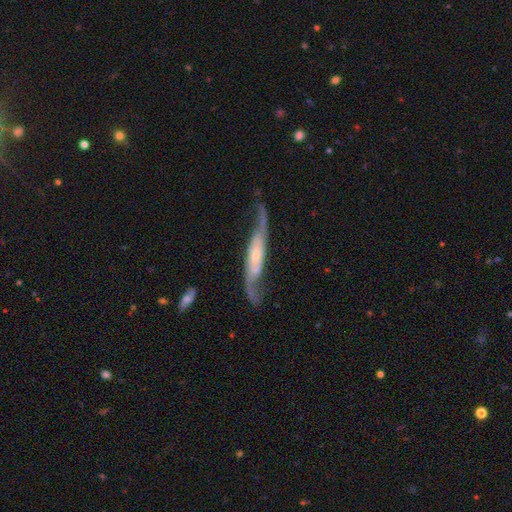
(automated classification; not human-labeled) A featured or disk galaxy (85%) with no bar (49%), 2 (89%) loose (53%) spiral arms (95%) and a small central bulge (58%). Merging: none (67%).